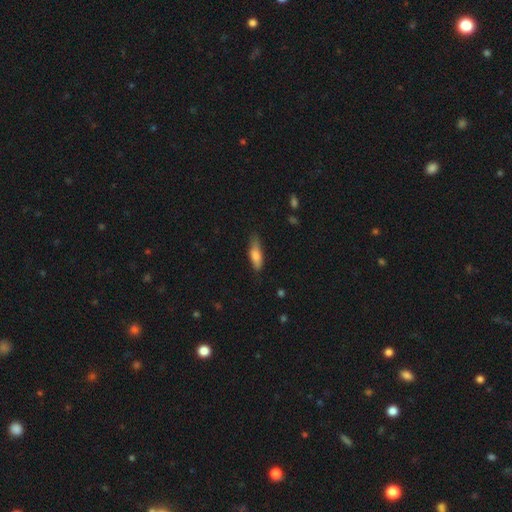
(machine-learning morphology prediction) smooth_or_featured: smooth (p=0.74) [alt: featured or disk p=0.20]
how_rounded: in between (p=0.52) [alt: cigar-shaped p=0.46]
merging: none (p=0.72) [alt: minor disturbance p=0.22]